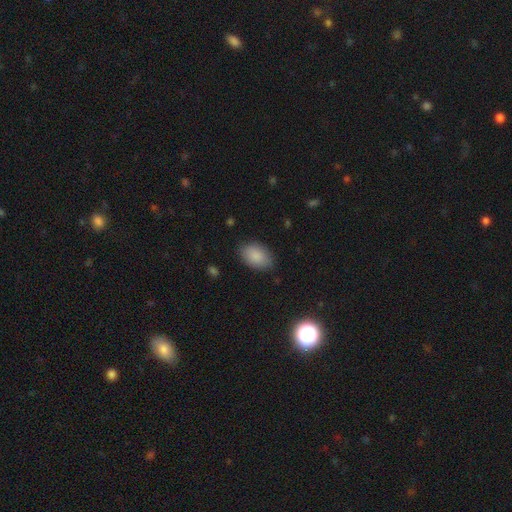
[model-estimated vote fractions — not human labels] Q: Smooth or featured?
A: smooth (88%); runner-up: star or artifact (7%)
Q: How rounded?
A: in between (87%); runner-up: round (12%)
Q: Merging?
A: none (82%); runner-up: minor disturbance (14%)